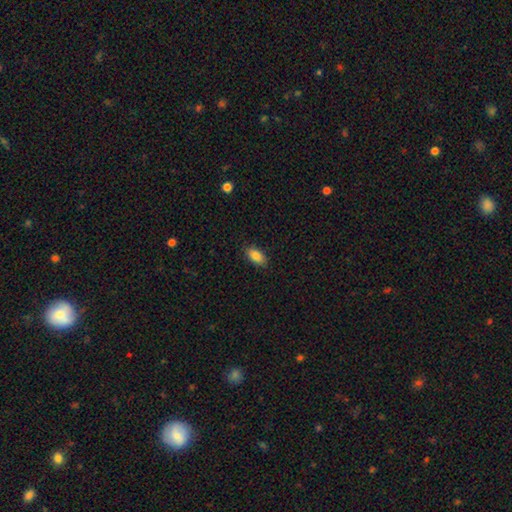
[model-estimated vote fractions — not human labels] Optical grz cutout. It shows a smooth galaxy with no disk features (84%) that is in between round and cigar-shaped (91%). Merging: none (88%).